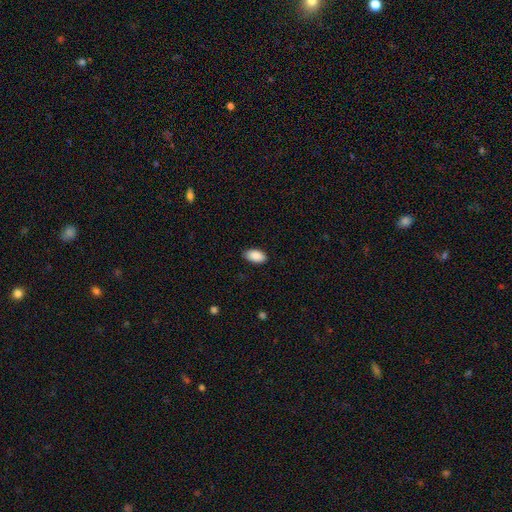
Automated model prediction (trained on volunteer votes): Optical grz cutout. It shows a smooth galaxy with no disk features (90%) that is in between round and cigar-shaped (95%). Merging: none (87%).